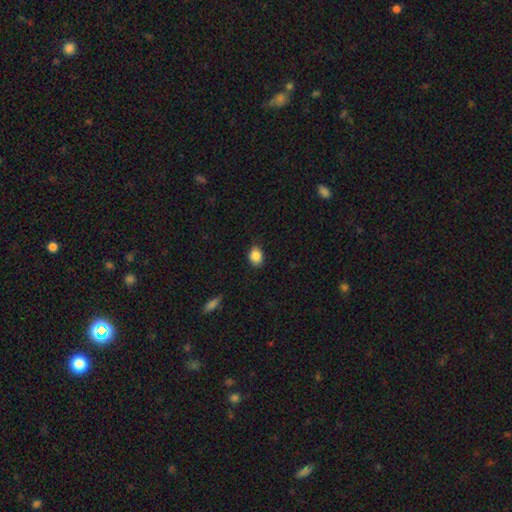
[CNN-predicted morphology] Smooth or featured? smooth (87%)
How rounded? in between (57%)
Merging? none (77%)